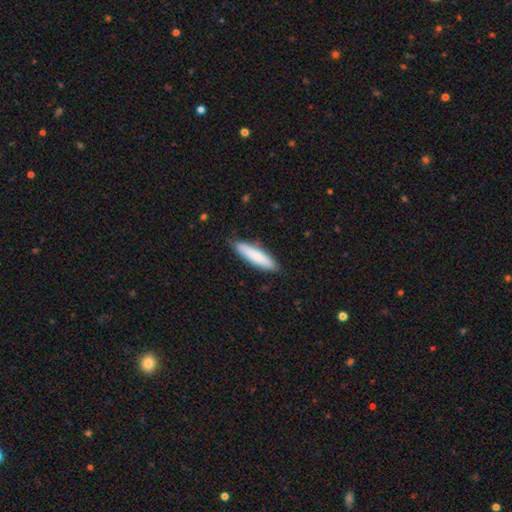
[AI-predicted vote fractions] Smooth or featured: smooth — 83% (featured or disk — 12%)
How rounded: cigar-shaped — 75% (in between — 23%)
Merging: none — 85% (minor disturbance — 12%)